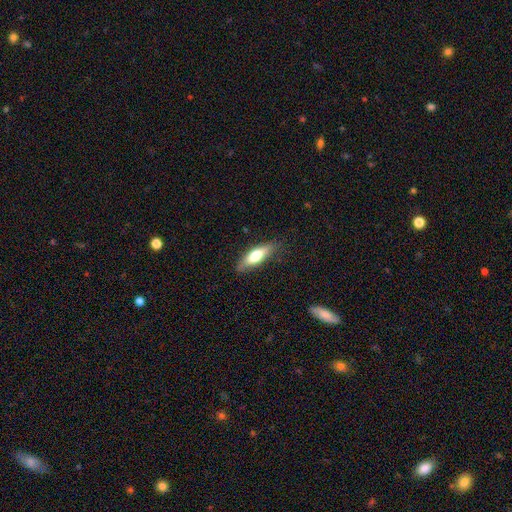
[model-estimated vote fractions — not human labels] smooth-or-featured: smooth: 60% | featured or disk: 33% | star or artifact: 6%
  how-rounded: cigar-shaped: 50% | in between: 48% | round: 2%
  merging: none: 79% | minor disturbance: 16% | major disturbance: 4% | merger: 1%